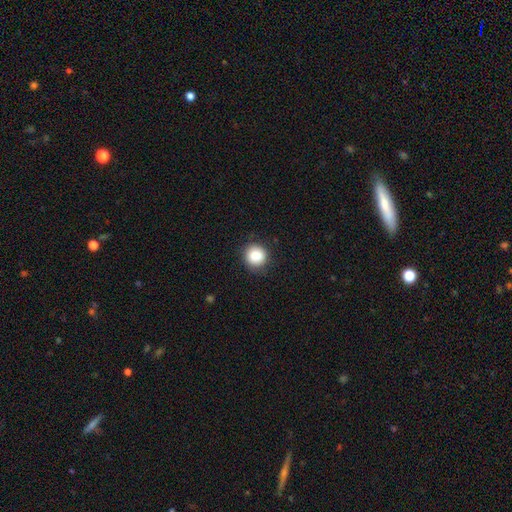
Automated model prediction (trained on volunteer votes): smooth-or-featured: smooth: 85% | star or artifact: 9% | featured or disk: 6%
  how-rounded: round: 91% | in between: 8% | cigar-shaped: 1%
  merging: none: 87% | minor disturbance: 9% | major disturbance: 3% | merger: 1%